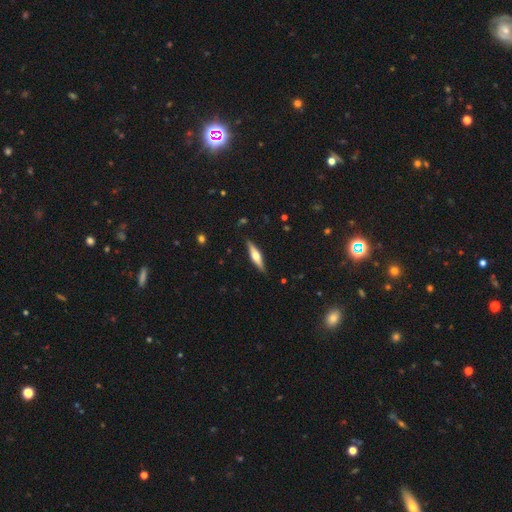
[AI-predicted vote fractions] The model was most divided on "smooth or featured": featured or disk: 58%, smooth: 36%, star or artifact: 6%. More confident: edge-on disk — yes (95%); edge-on bulge — rounded (92%); merging — none (88%).